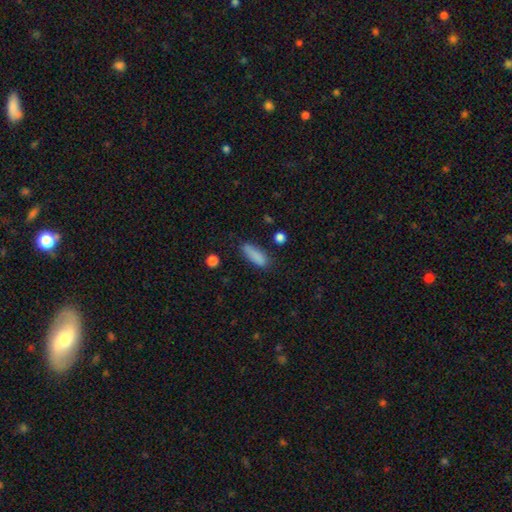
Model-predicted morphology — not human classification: The model was most divided on "how rounded": in between: 55%, cigar-shaped: 42%, round: 2%. More confident: smooth or featured — smooth (85%); merging — none (72%).